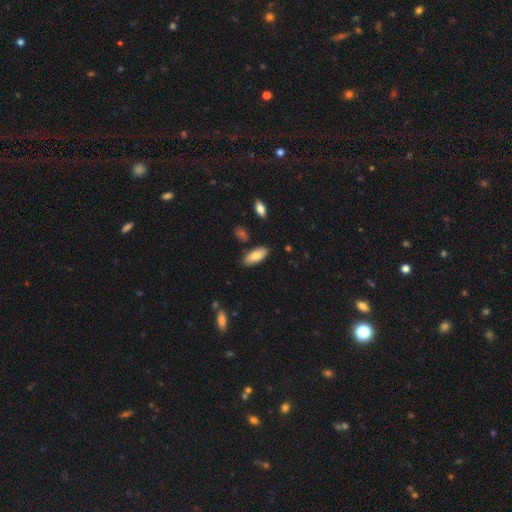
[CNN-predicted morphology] This appears to be a smooth galaxy with no disk features (76%) that is in between round and cigar-shaped (82%). Merging: none (84%).